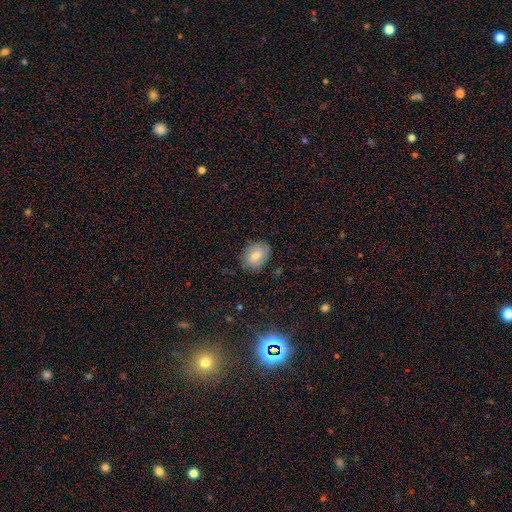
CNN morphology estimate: Overall: smooth (64%; featured or disk 24%). How rounded: in between (61%; round 38%). Merging: none (77%).